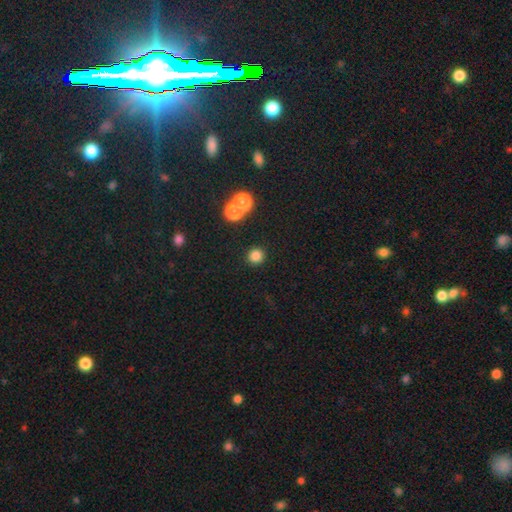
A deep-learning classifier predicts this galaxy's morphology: This is clearly a smooth galaxy (81%). How rounded: clearly round (93%). Merging: clearly none (87%).